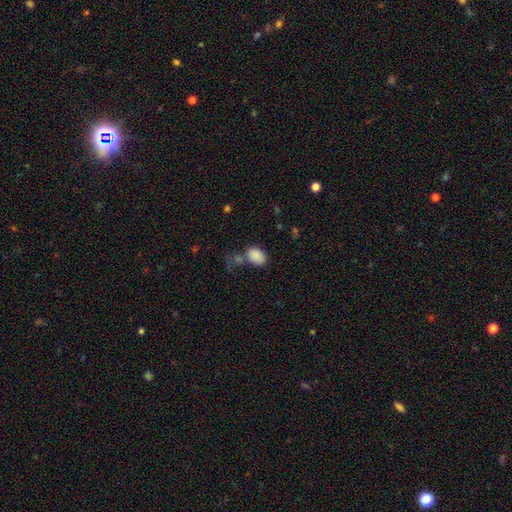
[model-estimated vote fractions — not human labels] This appears to be a smooth galaxy with no disk features (87%) that is in between round and cigar-shaped (85%). Merging: none (55%).